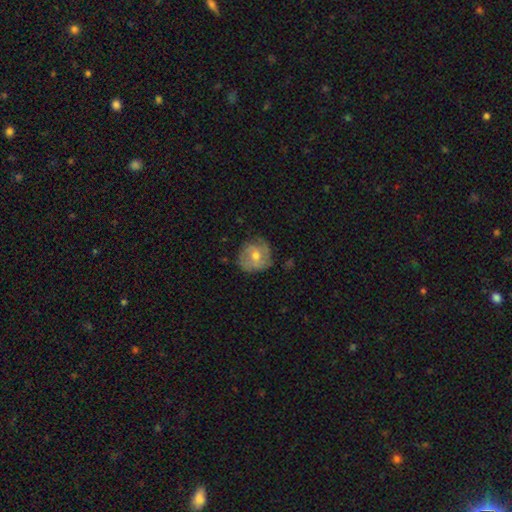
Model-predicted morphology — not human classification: Q: Smooth or featured?
A: featured or disk (52%); runner-up: smooth (41%)
Q: Edge-on disk?
A: no (97%); runner-up: yes (3%)
Q: Merging?
A: none (66%); runner-up: minor disturbance (24%)